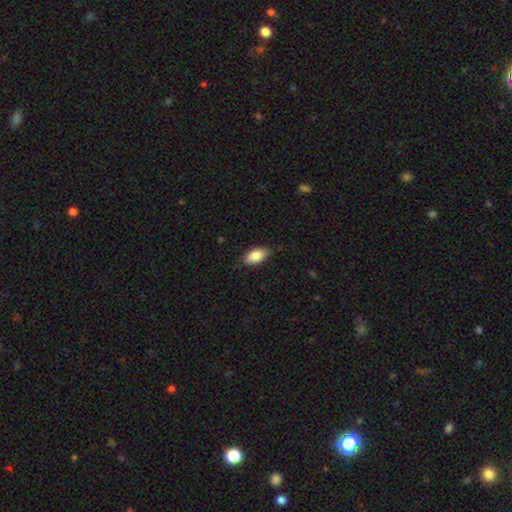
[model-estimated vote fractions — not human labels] This appears to be a smooth galaxy with no disk features (84%) that is in between round and cigar-shaped (92%). Merging: none (78%).